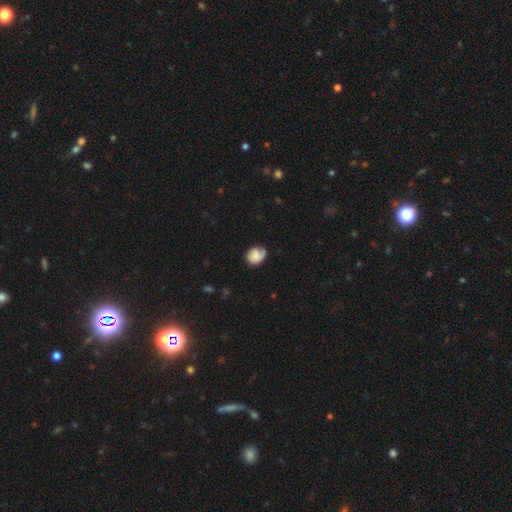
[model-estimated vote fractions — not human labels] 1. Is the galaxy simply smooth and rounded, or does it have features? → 59% smooth, 33% featured or disk, 8% star or artifact.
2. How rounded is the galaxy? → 64% round, 36% in between, 1% cigar-shaped.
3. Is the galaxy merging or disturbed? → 56% none, 29% minor disturbance, 12% major disturbance, 2% merger.